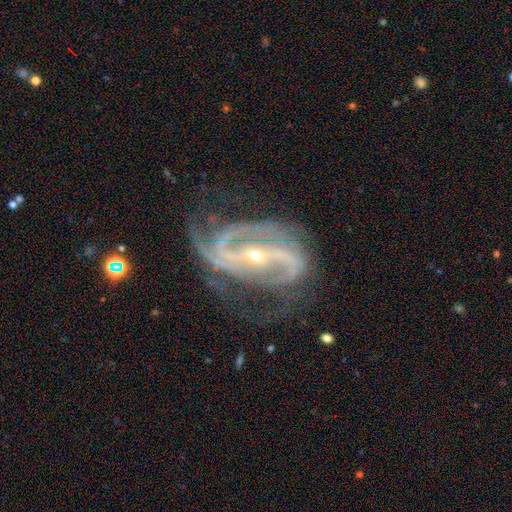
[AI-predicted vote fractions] Smooth or featured? featured or disk (91%)
Edge-on disk? no (97%)
Bar? strong (58%)
Spiral arms? yes (97%)
Spiral winding? medium (49%)
Spiral arm count? 2 (62%)
Bulge size? small (74%)
Merging? none (54%)